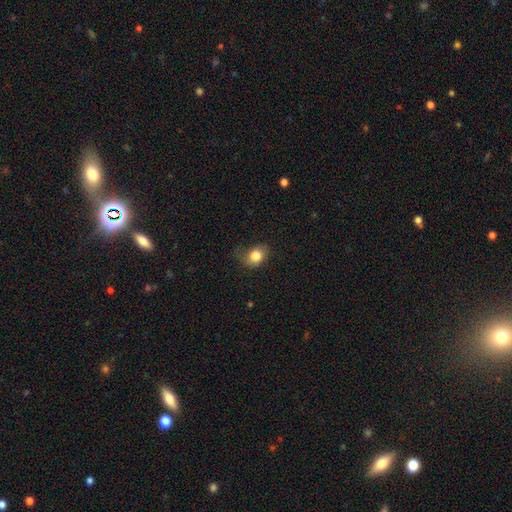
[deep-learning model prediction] Overall: smooth (82%). How rounded: in between (53%; round 46%). Merging: none (56%; minor disturbance 29%).